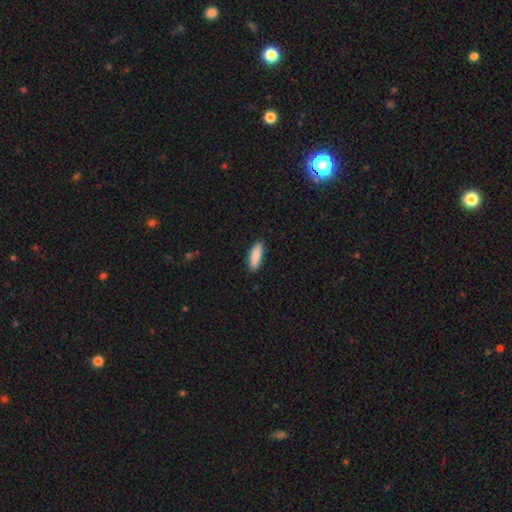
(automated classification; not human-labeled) smooth 90%, star or artifact 6%, featured or disk 4%. Down the decision tree: how rounded — in between (59%); merging — none (88%).